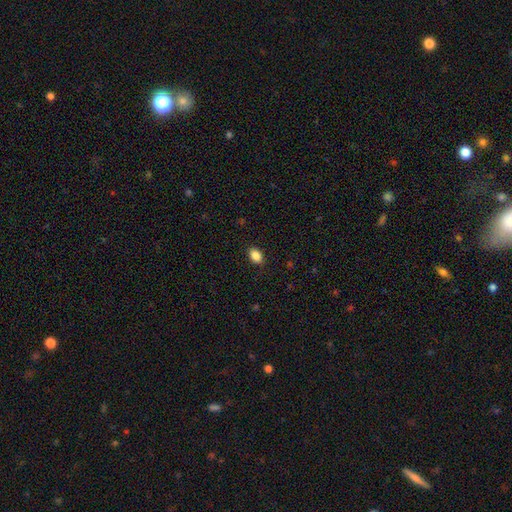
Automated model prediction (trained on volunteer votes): smooth 87%, star or artifact 9%, featured or disk 4%. Down the decision tree: how rounded — in between (84%); merging — none (89%).